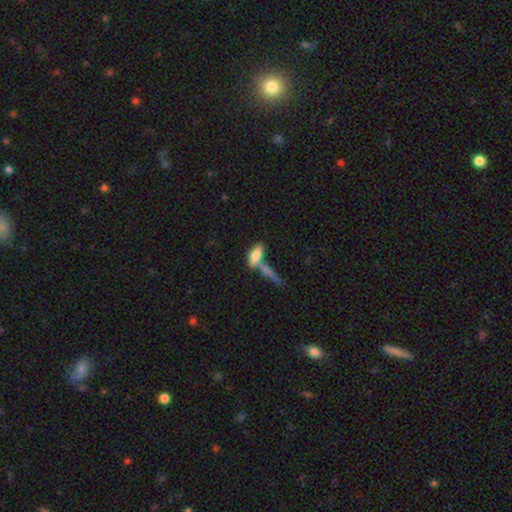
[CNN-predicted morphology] Overall: smooth (70%). How rounded: in between (65%; cigar-shaped 32%). Merging: merger (41%; none 39%).